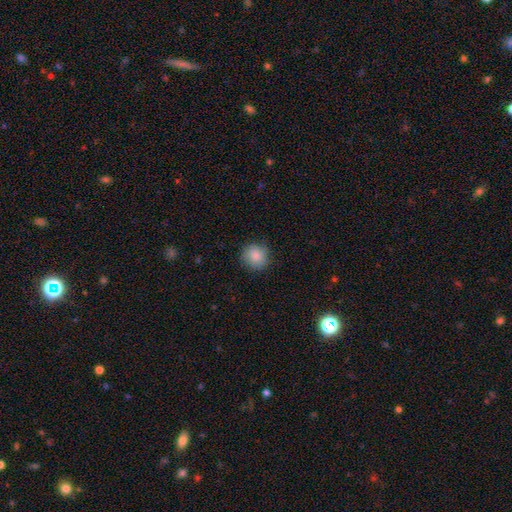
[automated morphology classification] A smooth galaxy with no disk features (85%) that is round (90%). Merging: none (85%).